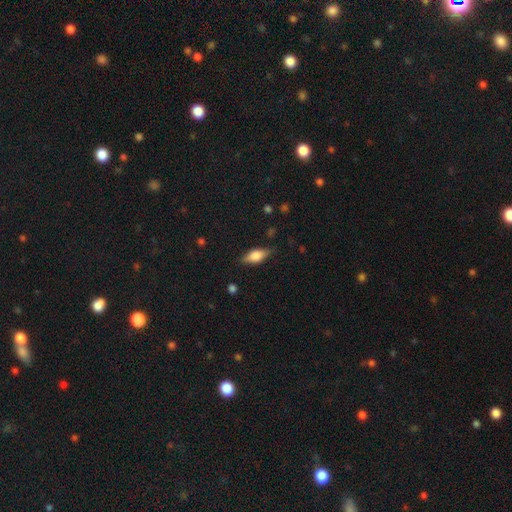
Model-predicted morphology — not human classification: A smooth galaxy with no disk features (61%) that is in between round and cigar-shaped (78%). Merging: none (80%).